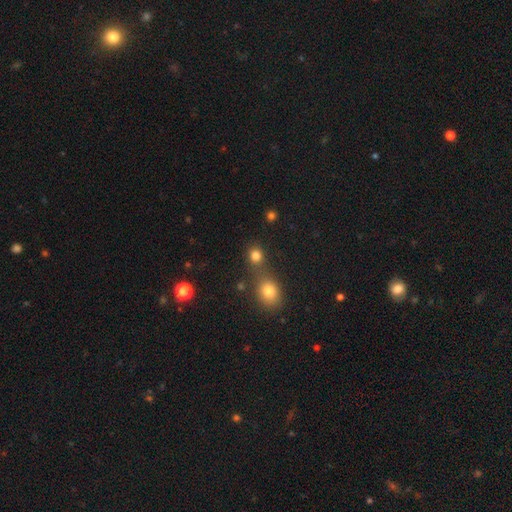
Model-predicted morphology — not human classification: type=smooth (81%); roundness=round (80%); merging=none (59%).